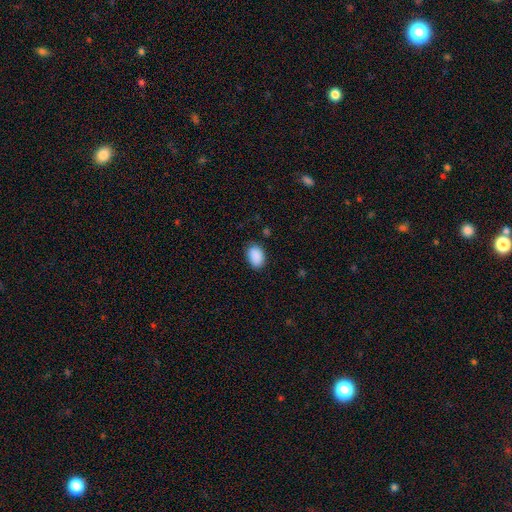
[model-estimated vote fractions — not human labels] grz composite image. It shows a smooth galaxy with no disk features (90%) that is in between round and cigar-shaped (85%). Merging: none (82%).